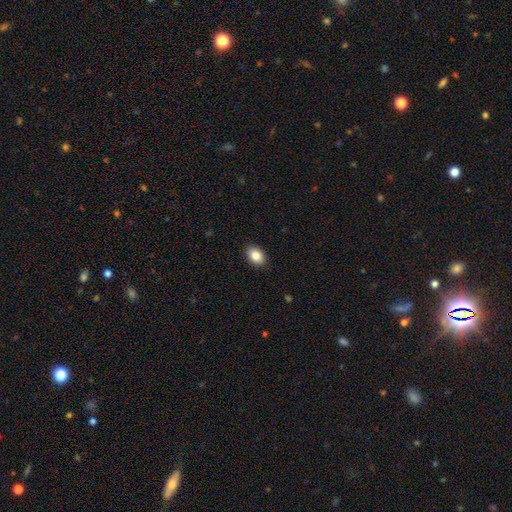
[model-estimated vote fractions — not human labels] This is clearly a smooth galaxy (86%). How rounded: likely in between (79%). Merging: clearly none (90%).